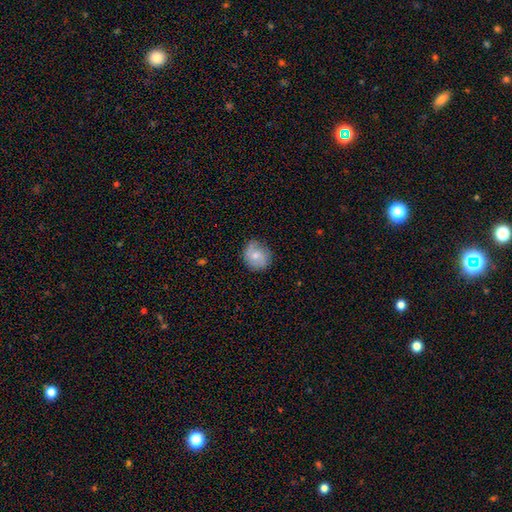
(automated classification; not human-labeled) smooth_or_featured: smooth (p=0.63) [alt: featured or disk p=0.30]
how_rounded: round (p=0.80) [alt: in between p=0.19]
merging: none (p=0.75) [alt: minor disturbance p=0.19]